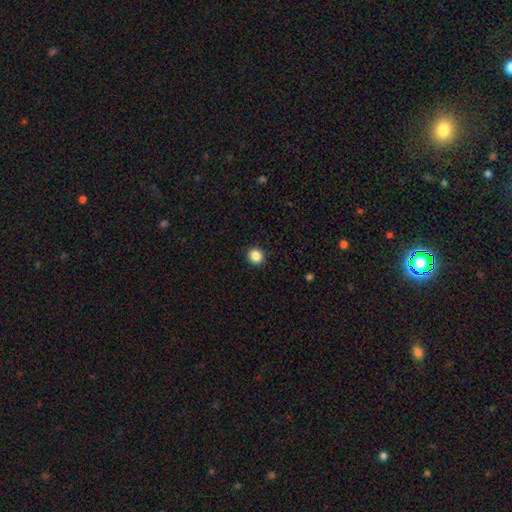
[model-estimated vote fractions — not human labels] A smooth galaxy with no disk features (87%) that is round (87%).

Vote fractions:
- Smooth or featured? smooth: 87% / star or artifact: 10% / featured or disk: 3%
- How rounded? round: 87% / in between: 12% / cigar-shaped: 1%
- Merging? none: 92% / minor disturbance: 5% / major disturbance: 2% / merger: 1%